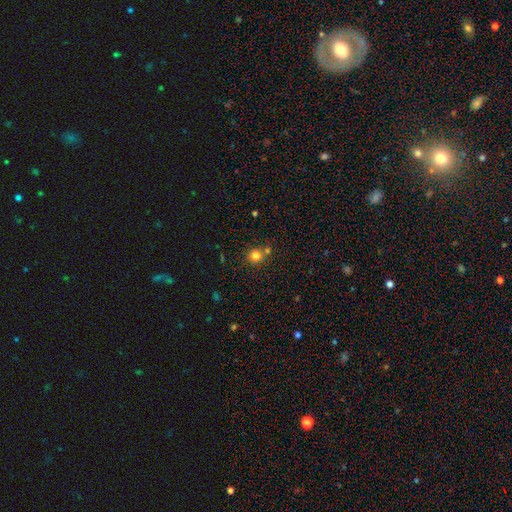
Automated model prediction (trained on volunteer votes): Smooth or featured: smooth — 80% (star or artifact — 14%)
How rounded: round — 90% (in between — 9%)
Merging: none — 70% (merger — 19%)